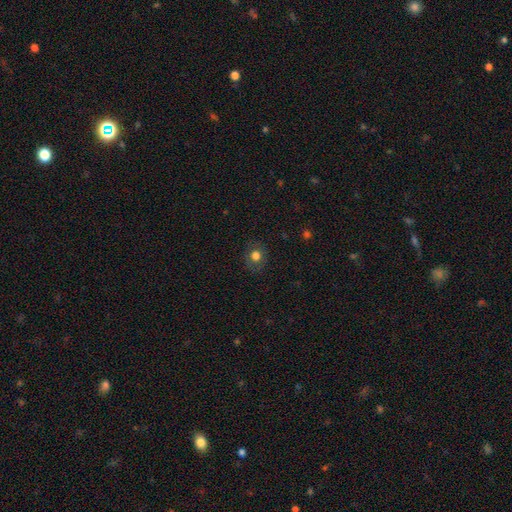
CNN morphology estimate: Smooth or featured? Predicted: smooth (p=0.70). How rounded? Predicted: round (p=0.71). Merging? Predicted: none (p=0.82).